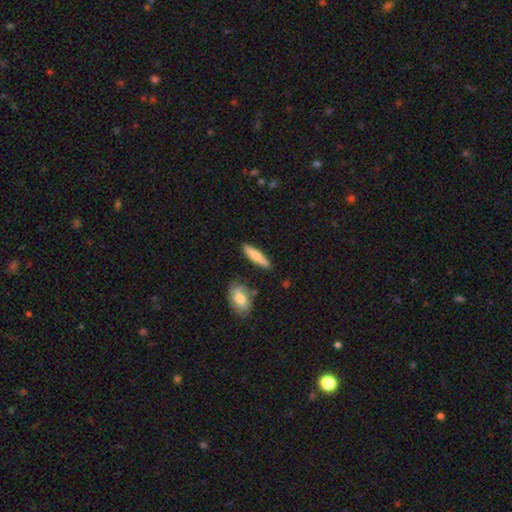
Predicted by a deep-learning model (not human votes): Smooth or featured?
  - smooth: 71% *
  - featured or disk: 24%
  - star or artifact: 6%
How rounded?
  - cigar-shaped: 78% *
  - in between: 20%
  - round: 2%
Merging?
  - none: 84% *
  - minor disturbance: 11%
  - merger: 4%
  - major disturbance: 2%